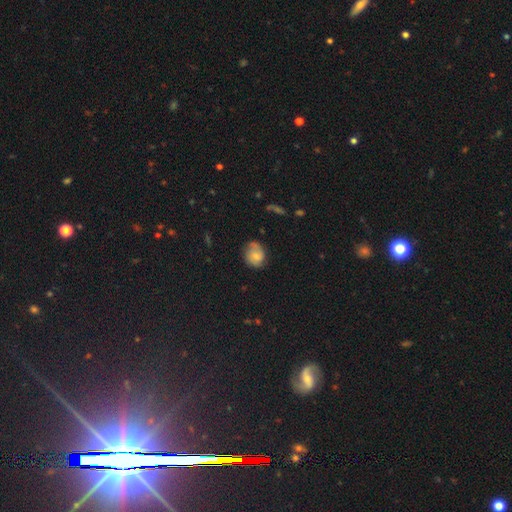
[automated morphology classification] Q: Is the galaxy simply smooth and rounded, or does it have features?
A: smooth — 50%.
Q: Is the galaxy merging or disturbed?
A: none — 64%.